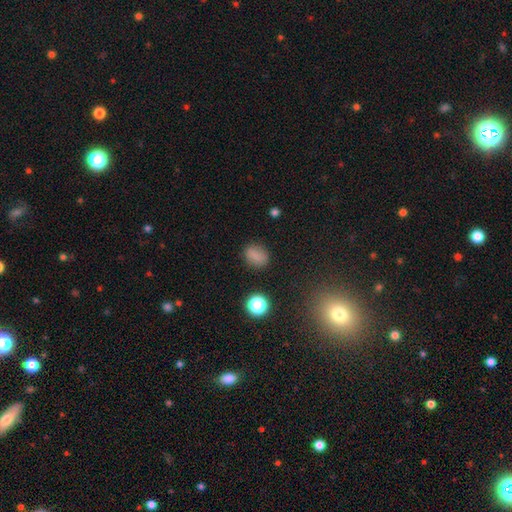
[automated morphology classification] This is clearly a smooth galaxy (82%). How rounded: likely in between (62%). Merging: clearly none (83%).